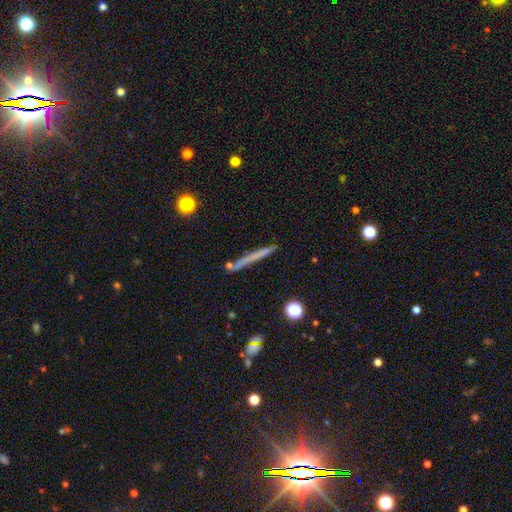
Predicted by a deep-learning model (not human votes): smooth 52%, featured or disk 40%, star or artifact 9%. Down the decision tree: how rounded — cigar-shaped (96%); merging — none (83%).